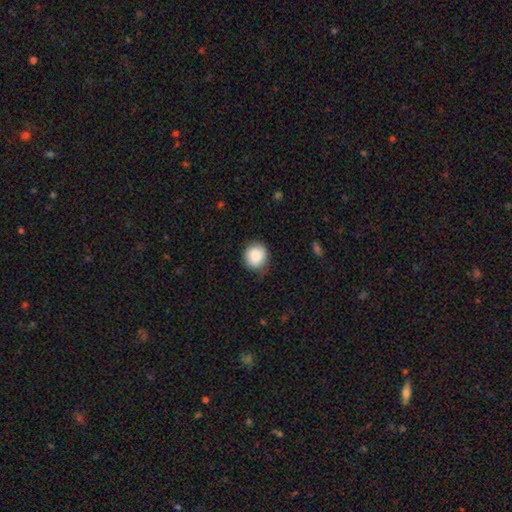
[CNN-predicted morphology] Overall: smooth (87%). How rounded: round (84%). Merging: none (71%).